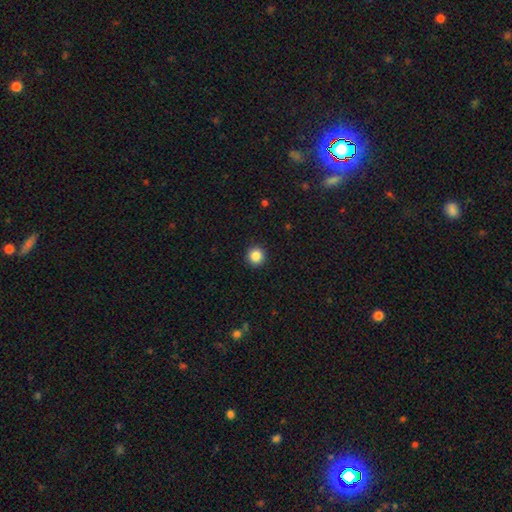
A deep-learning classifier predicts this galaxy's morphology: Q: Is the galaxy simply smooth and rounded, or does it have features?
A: smooth — 86%.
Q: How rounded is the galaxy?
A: round — 95%.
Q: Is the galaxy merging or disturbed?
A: none — 93%.